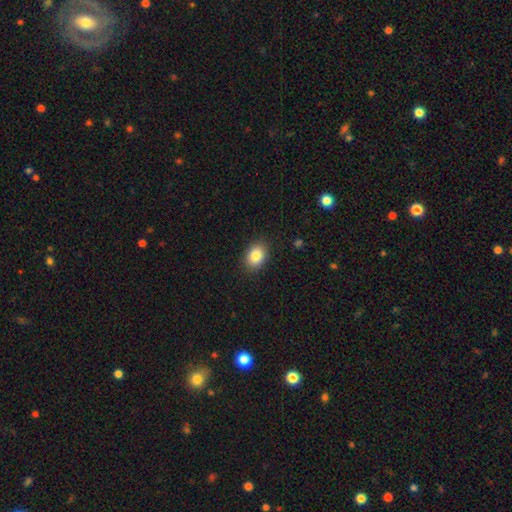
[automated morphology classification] Smooth or featured: smooth — 85% (star or artifact — 8%)
How rounded: in between — 69% (round — 30%)
Merging: none — 88% (minor disturbance — 8%)